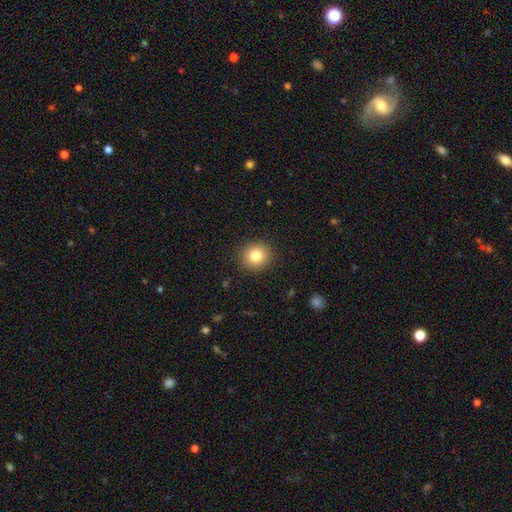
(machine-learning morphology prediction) Smooth or featured? Predicted: smooth (p=0.81). How rounded? Predicted: round (p=0.92). Merging? Predicted: none (p=0.91).